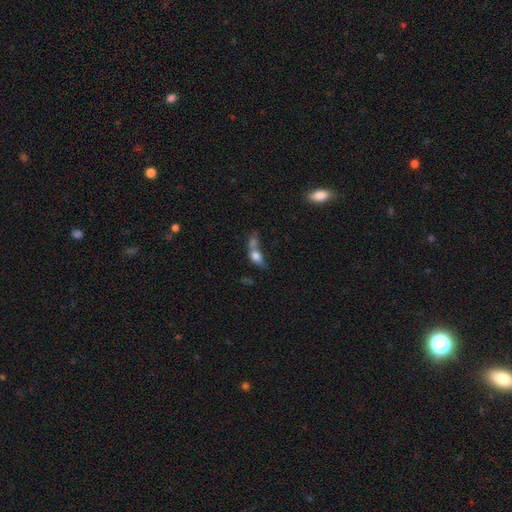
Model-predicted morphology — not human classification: This appears to be a smooth galaxy with no disk features (67%) that is in between round and cigar-shaped (67%). Merging: merger (57%).